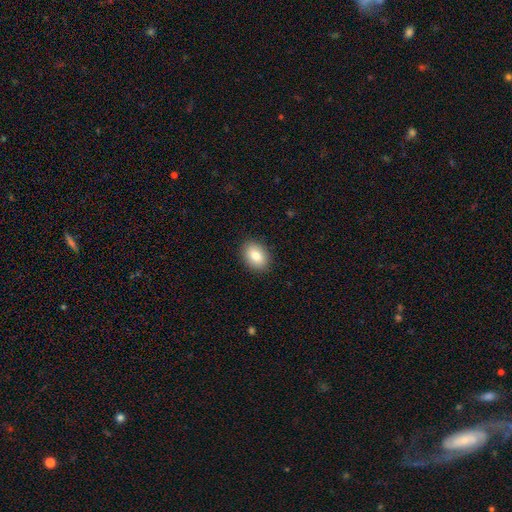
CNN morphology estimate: Overall: smooth (81%). How rounded: in between (75%). Merging: none (89%).